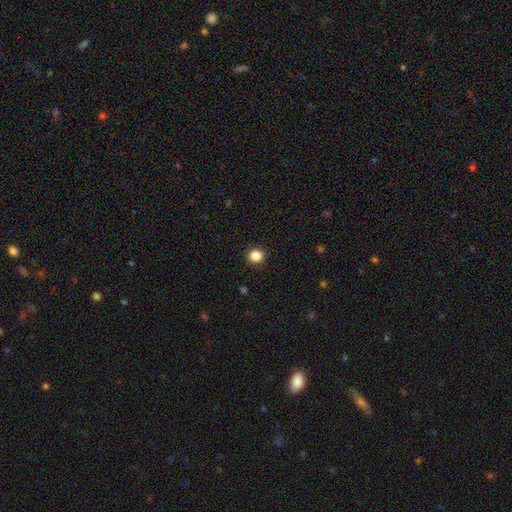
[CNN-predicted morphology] Smooth or featured? smooth (86%)
How rounded? round (76%)
Merging? none (91%)